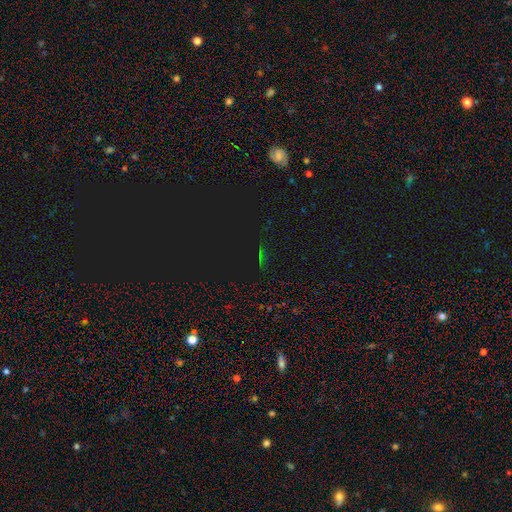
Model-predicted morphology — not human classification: This appears to be a star or artifact, not a galaxy (78%).